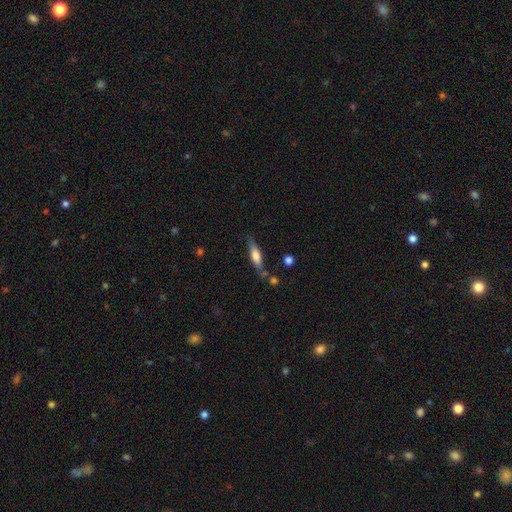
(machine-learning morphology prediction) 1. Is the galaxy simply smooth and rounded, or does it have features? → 59% smooth, 34% featured or disk, 6% star or artifact.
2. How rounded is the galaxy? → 68% cigar-shaped, 30% in between, 2% round.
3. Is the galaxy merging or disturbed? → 71% none, 17% minor disturbance, 7% merger, 5% major disturbance.